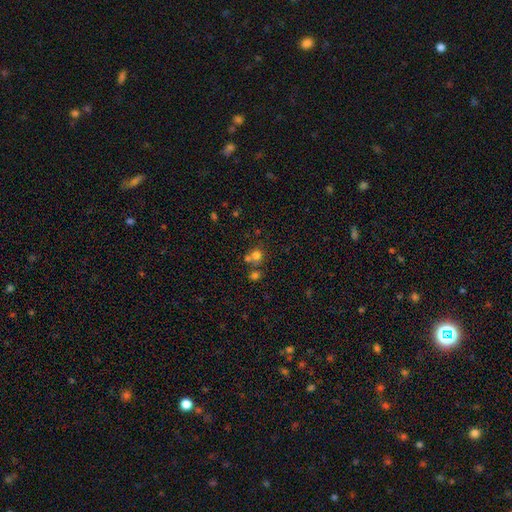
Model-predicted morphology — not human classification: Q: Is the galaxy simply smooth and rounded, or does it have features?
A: smooth — 72%.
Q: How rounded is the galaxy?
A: round — 86%.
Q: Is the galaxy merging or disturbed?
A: none — 54%.